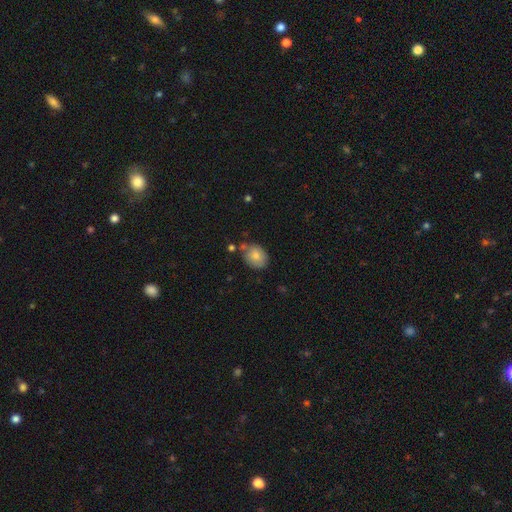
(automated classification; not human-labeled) Overall: smooth (80%). How rounded: in between (54%; round 45%). Merging: none (69%).